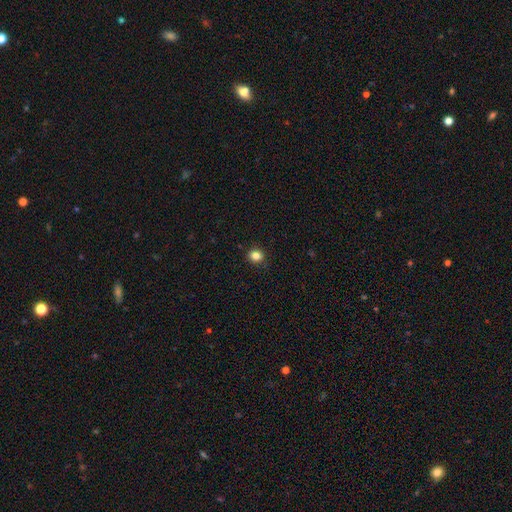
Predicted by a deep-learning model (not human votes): Smooth or featured?
  - smooth: 84% *
  - star or artifact: 12%
  - featured or disk: 4%
How rounded?
  - round: 75% *
  - in between: 24%
  - cigar-shaped: 1%
Merging?
  - none: 89% *
  - minor disturbance: 8%
  - major disturbance: 2%
  - merger: 1%